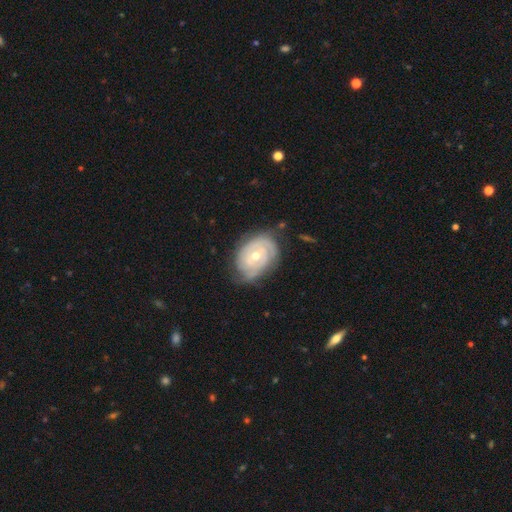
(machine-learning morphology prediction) smooth-or-featured: featured or disk: 84% | smooth: 11% | star or artifact: 5%
  disk-edge-on: no: 97% | yes: 3%
    bar: no: 70% | weak: 24% | strong: 6%
    has-spiral-arms: yes: 94% | no: 6%
      spiral-winding: tight: 79% | medium: 17% | loose: 4%
      spiral-arm-count: 2: 35% | can't tell: 29% | 3: 22% | 4: 6% | 1: 5% | more than 4: 4%
    bulge-size: moderate: 61% | small: 35% | large: 2% | none: 1% | dominant: 1%
  merging: none: 70% | minor disturbance: 22% | major disturbance: 7% | merger: 2%